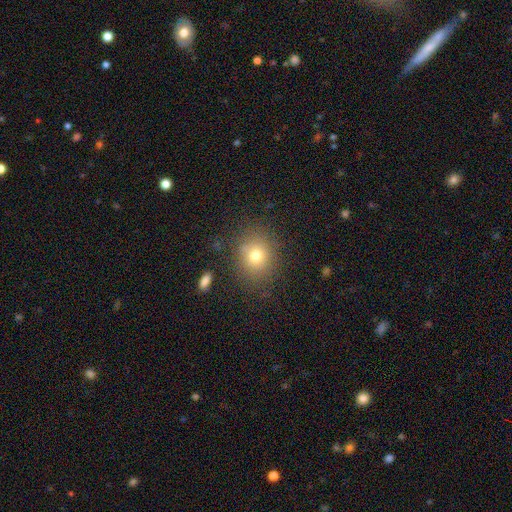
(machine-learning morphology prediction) smooth 75%, star or artifact 14%, featured or disk 11%. Down the decision tree: how rounded — round (72%); merging — none (81%).